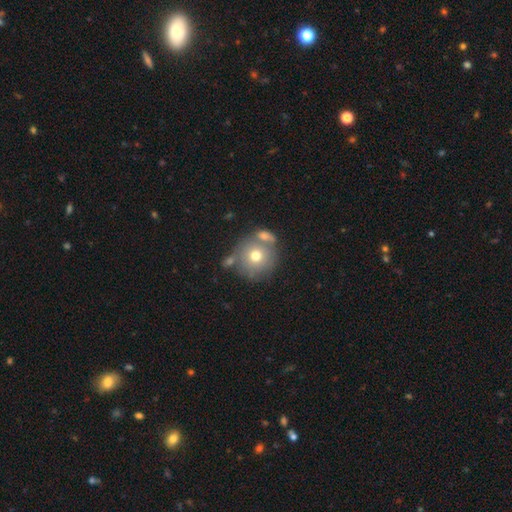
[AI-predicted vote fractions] Overall: smooth (69%). How rounded: round (92%). Merging: none (59%; merger 23%).